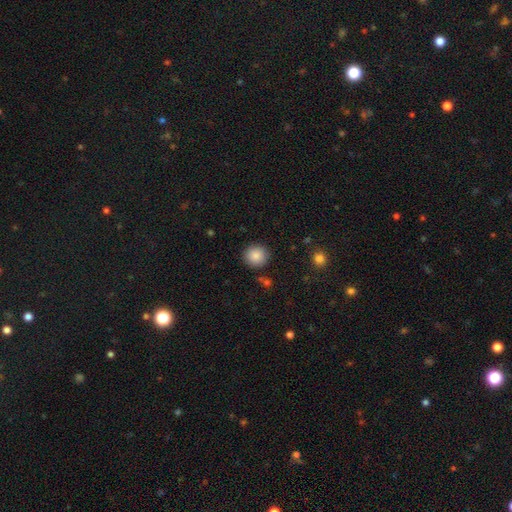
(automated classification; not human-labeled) This appears to be a smooth galaxy with no disk features (87%) that is round (91%). Merging: none (89%).